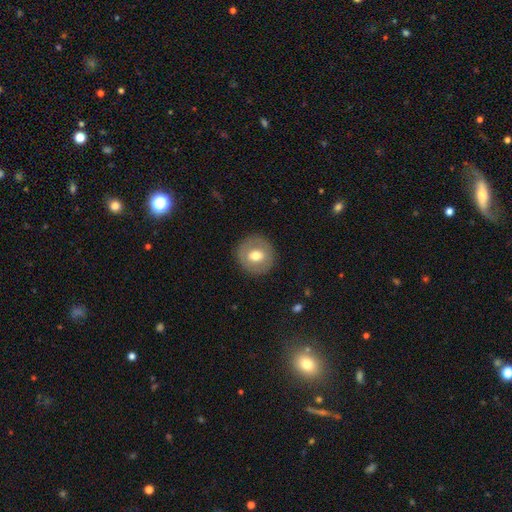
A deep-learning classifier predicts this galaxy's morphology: smooth 61%, featured or disk 32%, star or artifact 7%. Down the decision tree: how rounded — round (90%); merging — none (88%).